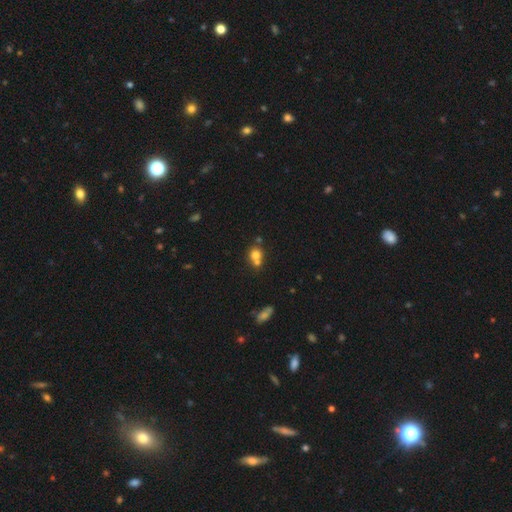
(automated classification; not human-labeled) Smooth or featured: smooth — 73% (featured or disk — 13%)
How rounded: round — 77% (in between — 22%)
Merging: merger — 49% (none — 40%)